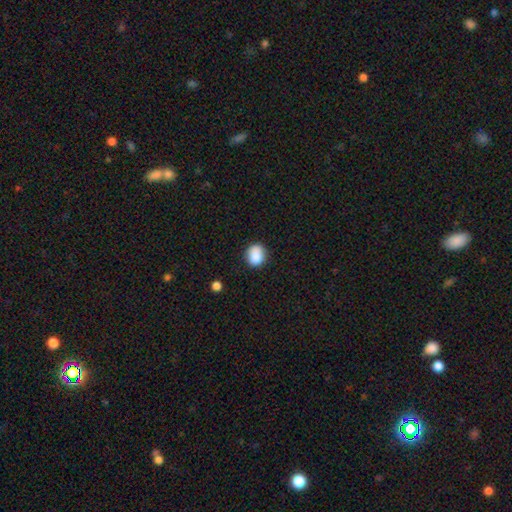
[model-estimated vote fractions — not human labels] Smooth or featured?
  - smooth: 85% *
  - star or artifact: 9%
  - featured or disk: 6%
How rounded?
  - round: 69% *
  - in between: 30%
  - cigar-shaped: 1%
Merging?
  - none: 72% *
  - minor disturbance: 19%
  - merger: 4%
  - major disturbance: 4%